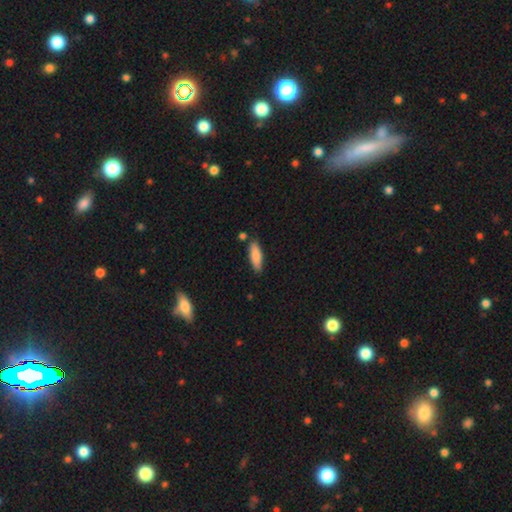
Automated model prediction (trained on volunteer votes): Smooth or featured? smooth (85%)
How rounded? in between (54%)
Merging? none (80%)